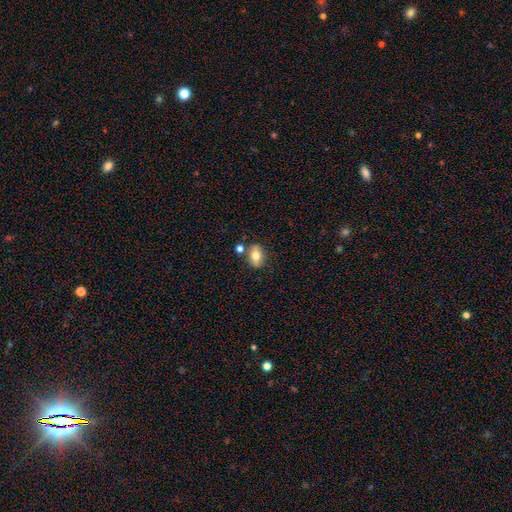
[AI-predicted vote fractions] The model was most divided on "smooth or featured": smooth: 72%, featured or disk: 20%, star or artifact: 9%. More confident: how rounded — in between (78%); merging — none (72%).